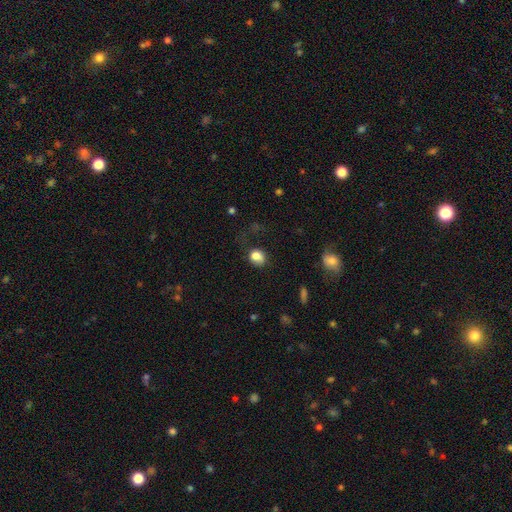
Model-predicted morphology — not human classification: Overall: smooth (80%). How rounded: round (62%; in between 37%). Merging: none (48%; minor disturbance 27%).